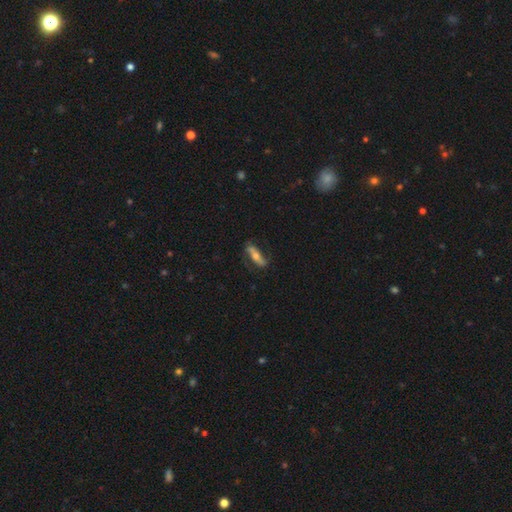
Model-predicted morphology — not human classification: featured or disk 60%, smooth 33%, star or artifact 7%. Down the decision tree: edge-on disk — no (64%); merging — none (72%).